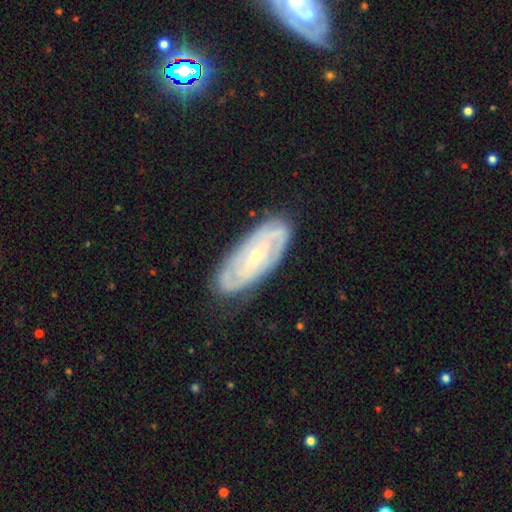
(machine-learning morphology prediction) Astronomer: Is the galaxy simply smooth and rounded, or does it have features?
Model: featured or disk — 78%.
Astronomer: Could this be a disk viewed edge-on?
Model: no — 91%.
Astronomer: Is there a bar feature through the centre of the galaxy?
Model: no — 48% (runner-up: weak, 37%).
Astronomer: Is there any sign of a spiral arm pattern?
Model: yes — 90%.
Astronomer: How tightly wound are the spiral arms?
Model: tight — 64%.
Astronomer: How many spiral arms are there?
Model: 2 — 44% (runner-up: can't tell, 35%).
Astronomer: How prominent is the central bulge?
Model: small — 73%.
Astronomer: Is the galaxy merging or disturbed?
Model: none — 81%.